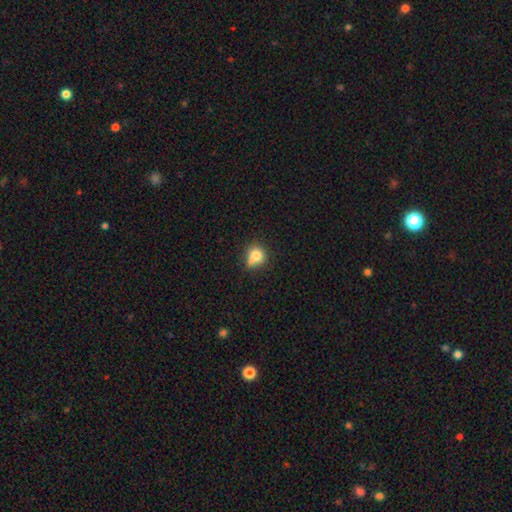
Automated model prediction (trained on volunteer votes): Smooth or featured? Predicted: smooth (p=0.76). How rounded? Predicted: round (p=0.70). Merging? Predicted: none (p=0.45).